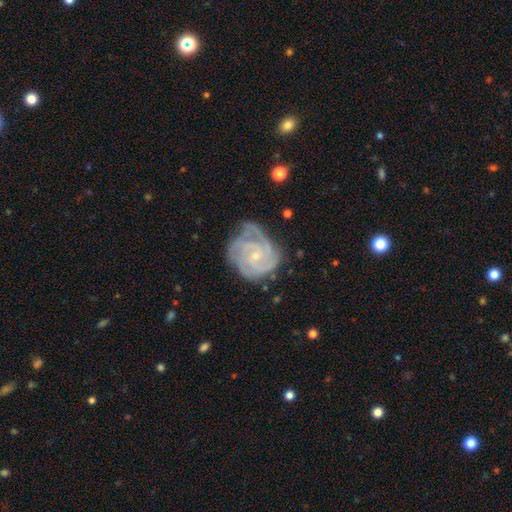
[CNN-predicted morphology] A featured or disk galaxy (88%) with no bar (65%), 3 (42%) tight (68%) spiral arms (98%) and a small central bulge (77%).

Vote fractions:
- Smooth or featured? featured or disk: 88% / smooth: 7% / star or artifact: 5%
- Edge-on disk? no: 98% / yes: 2%
- Bar? no: 65% / weak: 29% / strong: 6%
- Spiral arms? yes: 98% / no: 2%
- Spiral winding? tight: 68% / medium: 28% / loose: 4%
- Spiral arm count? 3: 42% / 4: 17% / can't tell: 16% / 2: 15% / more than 4: 5% / 1: 5%
- Bulge size? small: 77% / moderate: 18% / none: 3% / large: 1% / dominant: 1%
- Merging? none: 58% / minor disturbance: 27% / major disturbance: 13% / merger: 2%